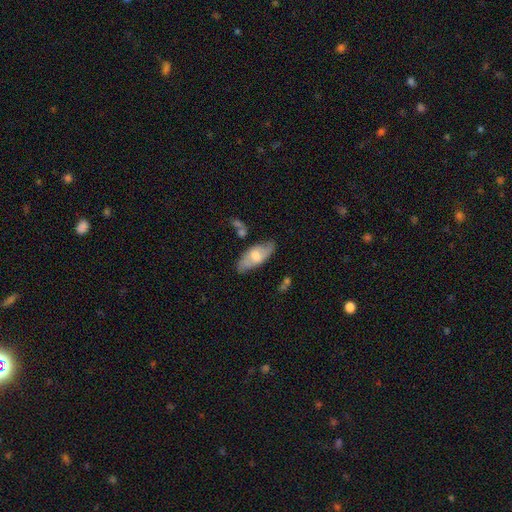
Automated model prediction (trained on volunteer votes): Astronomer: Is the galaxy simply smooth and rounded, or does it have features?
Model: smooth — 51% (runner-up: featured or disk, 43%).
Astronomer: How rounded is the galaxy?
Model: in between — 82%.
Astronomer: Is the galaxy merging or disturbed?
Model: none — 70%.